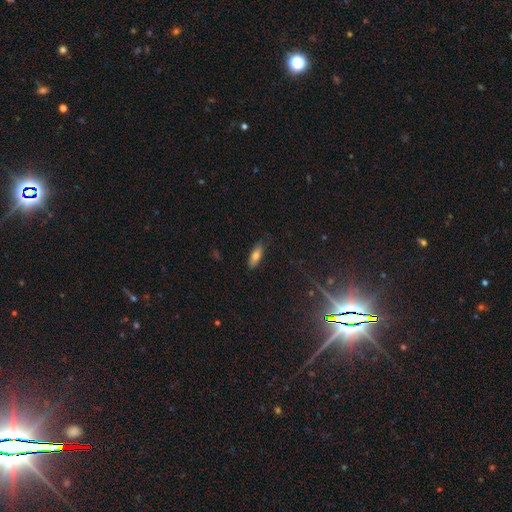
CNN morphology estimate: This appears to be a smooth galaxy with no disk features (76%) that is in between round and cigar-shaped (69%). Merging: none (83%).